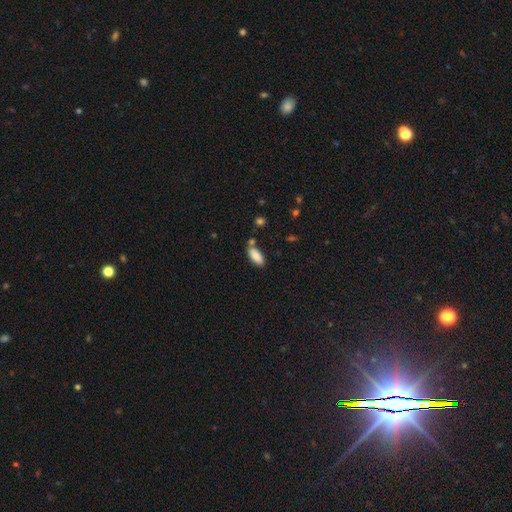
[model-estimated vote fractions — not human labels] smooth 88%, star or artifact 7%, featured or disk 5%. Down the decision tree: how rounded — in between (86%); merging — none (72%).